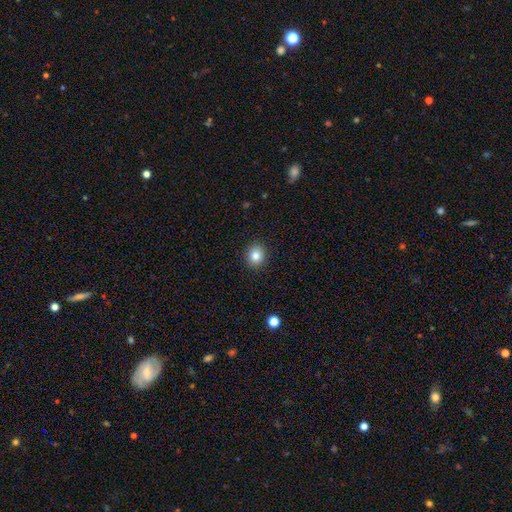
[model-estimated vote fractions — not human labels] Q: Smooth or featured?
A: smooth (83%); runner-up: star or artifact (11%)
Q: How rounded?
A: round (79%); runner-up: in between (20%)
Q: Merging?
A: none (91%); runner-up: minor disturbance (6%)